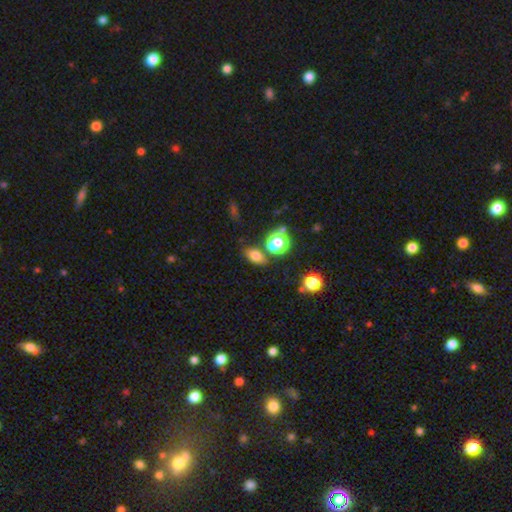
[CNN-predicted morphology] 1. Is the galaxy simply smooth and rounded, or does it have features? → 73% smooth, 17% star or artifact, 10% featured or disk.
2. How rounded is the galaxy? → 74% in between, 23% round, 3% cigar-shaped.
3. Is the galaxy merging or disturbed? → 74% none, 13% minor disturbance, 9% merger, 4% major disturbance.